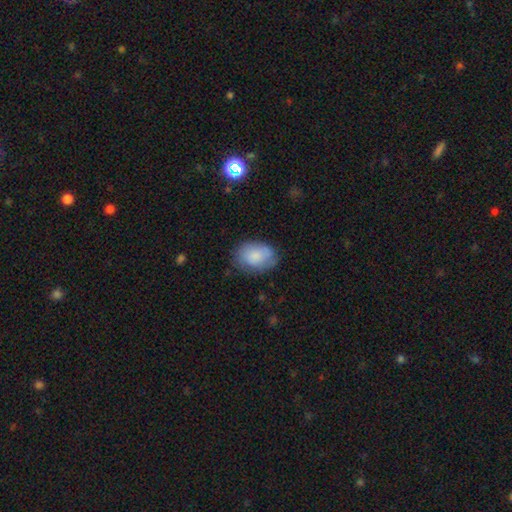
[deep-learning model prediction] smooth_or_featured: smooth (p=0.79) [alt: featured or disk p=0.14]
how_rounded: in between (p=0.74) [alt: round p=0.25]
merging: none (p=0.69) [alt: minor disturbance p=0.23]